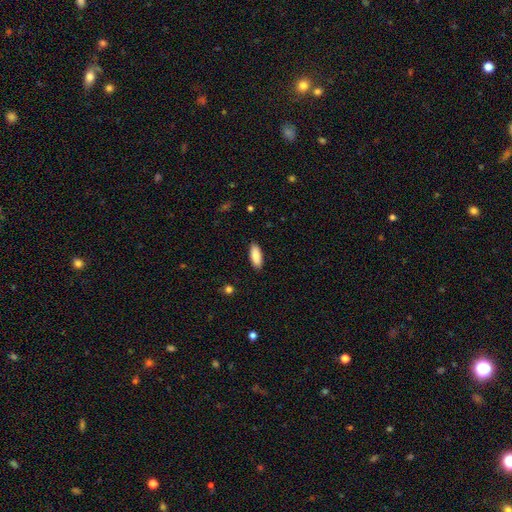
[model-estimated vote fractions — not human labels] Smooth or featured? smooth (86%)
How rounded? in between (74%)
Merging? none (89%)